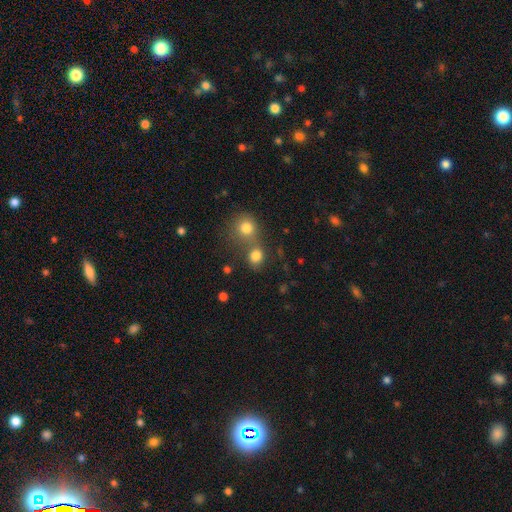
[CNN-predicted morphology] This appears to be a smooth galaxy with no disk features (80%) that is round (74%). Merging: none (48%).